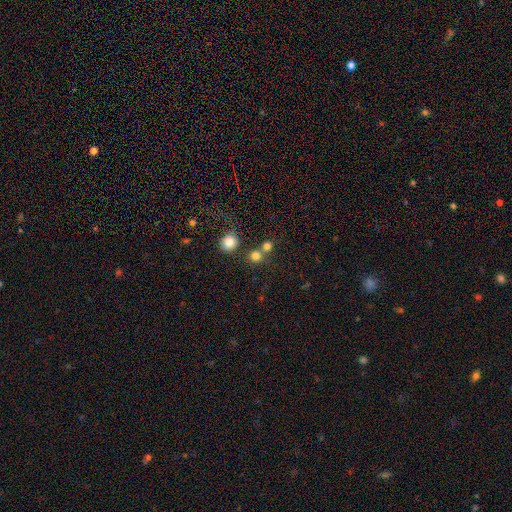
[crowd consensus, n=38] A smooth galaxy with no disk features (92%) that is round (97%).

Vote fractions:
- Smooth or featured? smooth: 92% / star or artifact: 5% / featured or disk: 3%
- How rounded? round: 97% / in between: 3% / cigar-shaped: 0%
- Merging? none: 69% / merger: 22% / minor disturbance: 6% / major disturbance: 3%